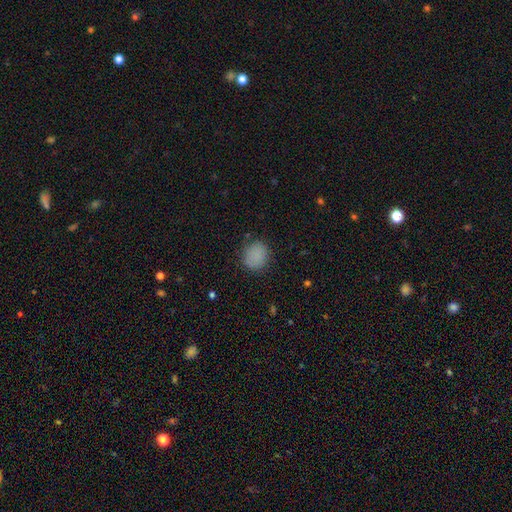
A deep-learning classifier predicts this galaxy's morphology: Overall: smooth (86%). How rounded: round (74%). Merging: none (84%).